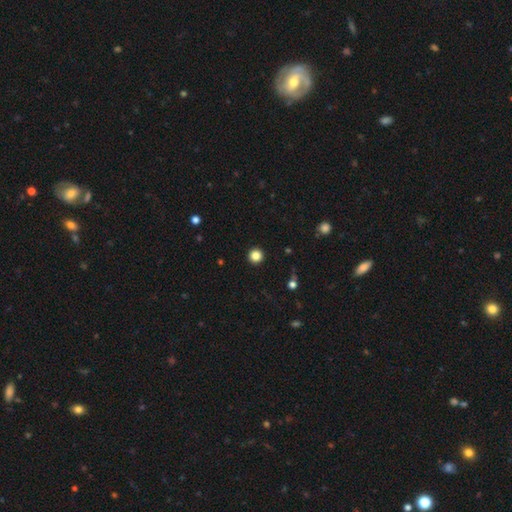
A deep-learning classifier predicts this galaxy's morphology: smooth_or_featured: smooth (p=0.85) [alt: star or artifact p=0.11]
how_rounded: round (p=0.96) [alt: in between p=0.03]
merging: none (p=0.93) [alt: minor disturbance p=0.04]